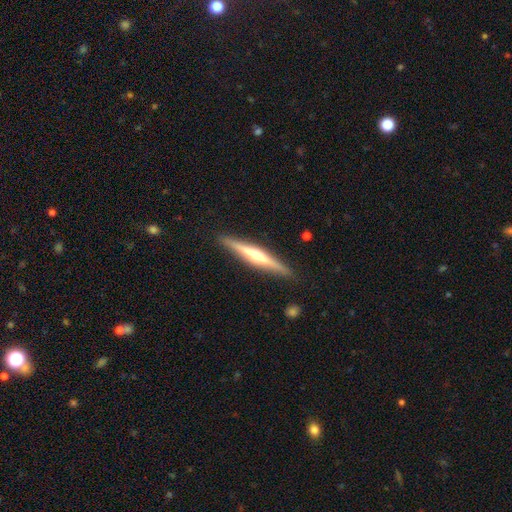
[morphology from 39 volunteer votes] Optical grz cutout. It shows a featured or disk galaxy (85%) viewed edge-on (100%) with a rounded central bulge (82%). Merging: none (97%).